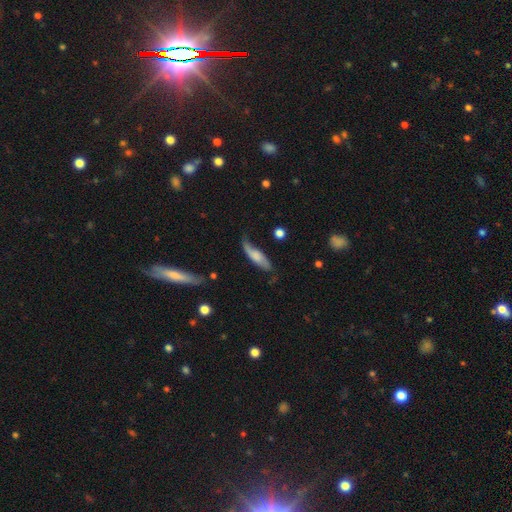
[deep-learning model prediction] smooth-or-featured: smooth: 52% | featured or disk: 41% | star or artifact: 7%
  how-rounded: cigar-shaped: 53% | in between: 44% | round: 3%
  merging: none: 51% | minor disturbance: 33% | major disturbance: 13% | merger: 3%